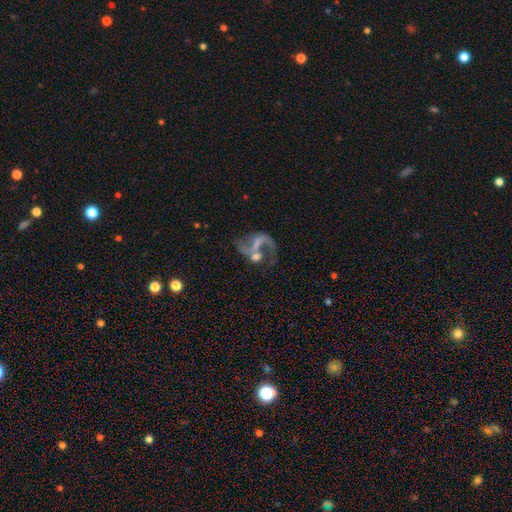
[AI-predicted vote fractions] Smooth or featured?
  - featured or disk: 78% *
  - smooth: 13%
  - star or artifact: 9%
Edge-on disk?
  - no: 98% *
  - yes: 2%
Bar?
  - weak: 41% *
  - no: 40%
  - strong: 19%
Spiral arms?
  - yes: 84% *
  - no: 16%
Spiral winding?
  - loose: 74% *
  - medium: 21%
  - tight: 4%
Spiral arm count?
  - 2: 73% *
  - 1: 20%
  - can't tell: 3%
  - 3: 1%
  - 4: 1%
  - more than 4: 1%
Bulge size?
  - none: 34% *
  - small: 33%
  - moderate: 27%
  - large: 5%
  - dominant: 2%
Merging?
  - none: 32% *
  - merger: 31%
  - major disturbance: 23%
  - minor disturbance: 13%